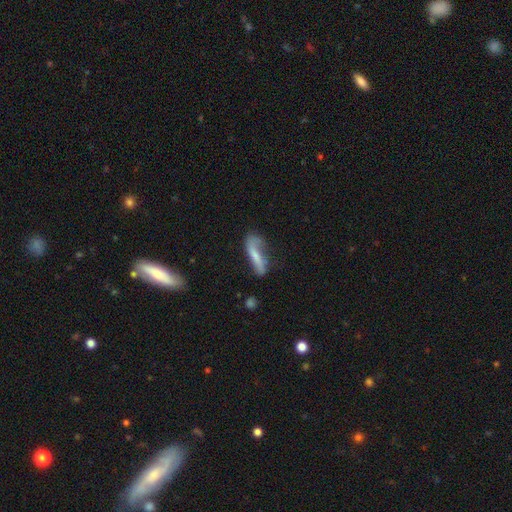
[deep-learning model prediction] A smooth galaxy with no disk features (54%) that is cigar-shaped (68%).

Vote fractions:
- Smooth or featured? smooth: 54% / featured or disk: 38% / star or artifact: 7%
- How rounded? cigar-shaped: 68% / in between: 30% / round: 2%
- Merging? none: 46% / minor disturbance: 30% / major disturbance: 19% / merger: 5%